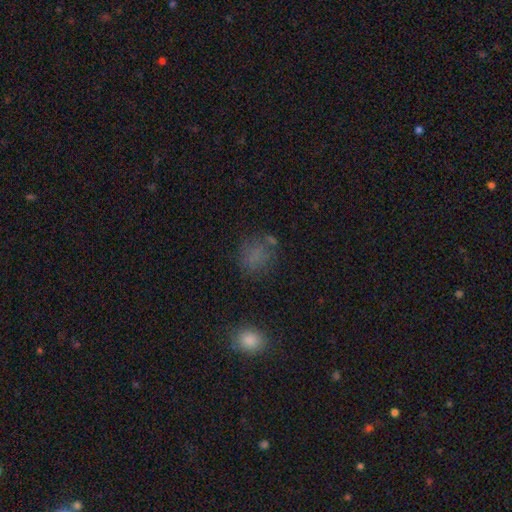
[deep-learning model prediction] smooth_or_featured: smooth (p=0.70) [alt: star or artifact p=0.20]
how_rounded: round (p=0.70) [alt: in between p=0.28]
merging: none (p=0.66) [alt: minor disturbance p=0.18]